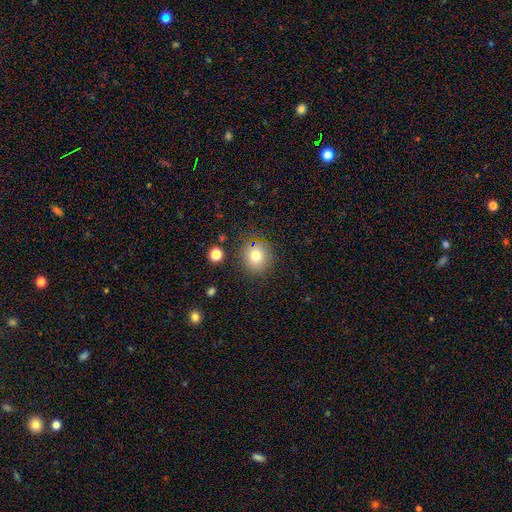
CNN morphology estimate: The model was most divided on "smooth or featured": smooth: 79%, star or artifact: 12%, featured or disk: 9%. More confident: how rounded — round (85%); merging — none (83%).